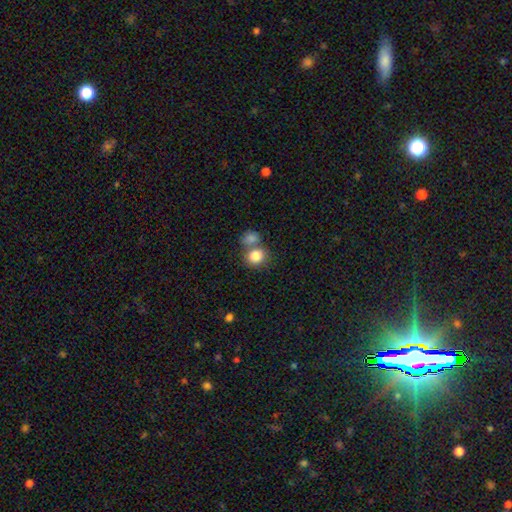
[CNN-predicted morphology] A smooth galaxy with no disk features (83%) that is round (75%). Merging: none (47%).